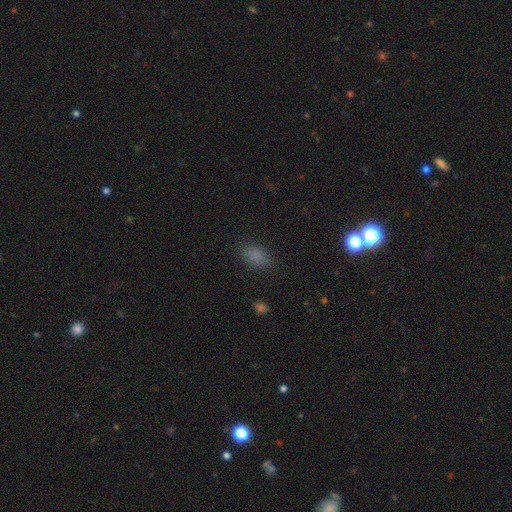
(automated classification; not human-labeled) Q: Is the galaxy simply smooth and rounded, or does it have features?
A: smooth — 82%.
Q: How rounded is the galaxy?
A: in between — 89%.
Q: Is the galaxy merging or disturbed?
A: none — 81%.